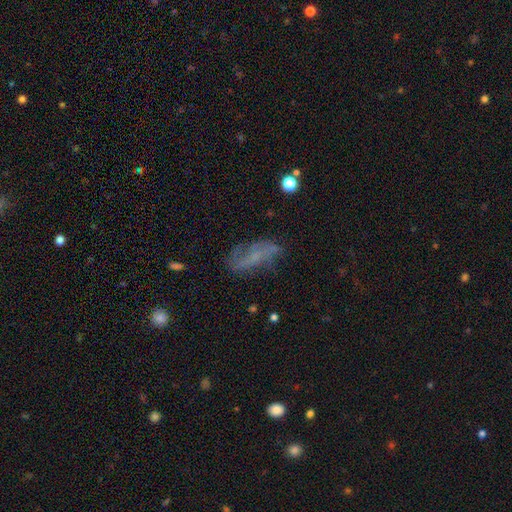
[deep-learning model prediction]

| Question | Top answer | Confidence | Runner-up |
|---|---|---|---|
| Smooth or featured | featured or disk | 54% | smooth (33%) |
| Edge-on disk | no | 86% | yes (14%) |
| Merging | none | 60% | minor disturbance (22%) |